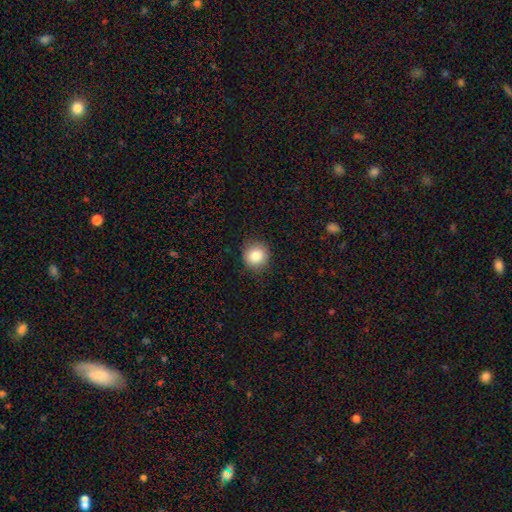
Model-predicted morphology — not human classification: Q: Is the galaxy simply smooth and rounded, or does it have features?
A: smooth — 85%.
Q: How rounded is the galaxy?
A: round — 89%.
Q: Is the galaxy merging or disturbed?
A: none — 88%.